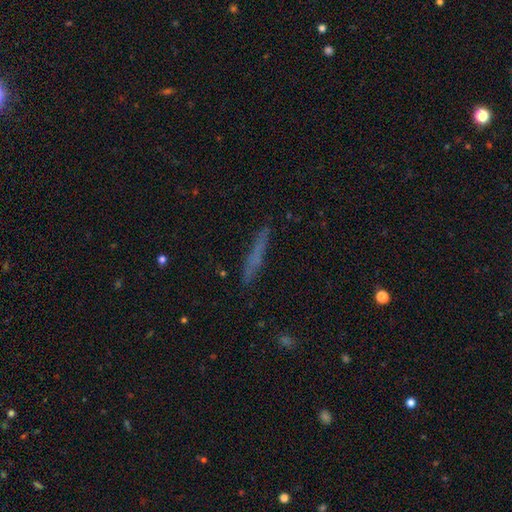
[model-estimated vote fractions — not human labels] Q: Smooth or featured?
A: smooth (55%); runner-up: featured or disk (34%)
Q: How rounded?
A: cigar-shaped (94%); runner-up: in between (4%)
Q: Merging?
A: none (86%); runner-up: minor disturbance (10%)